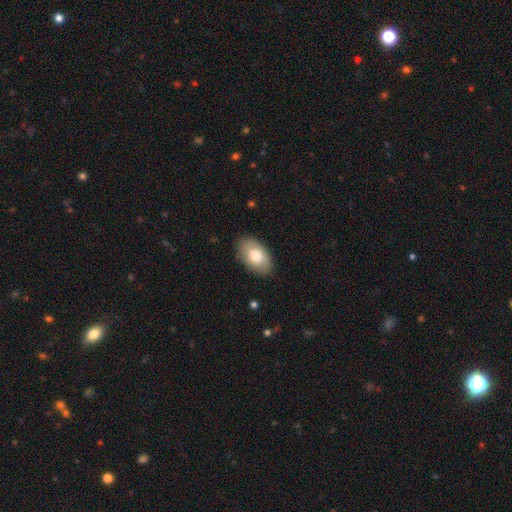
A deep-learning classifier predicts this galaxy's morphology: smooth_or_featured: smooth (p=0.78) [alt: featured or disk p=0.16]
how_rounded: in between (p=0.93) [alt: round p=0.06]
merging: none (p=0.84) [alt: minor disturbance p=0.12]